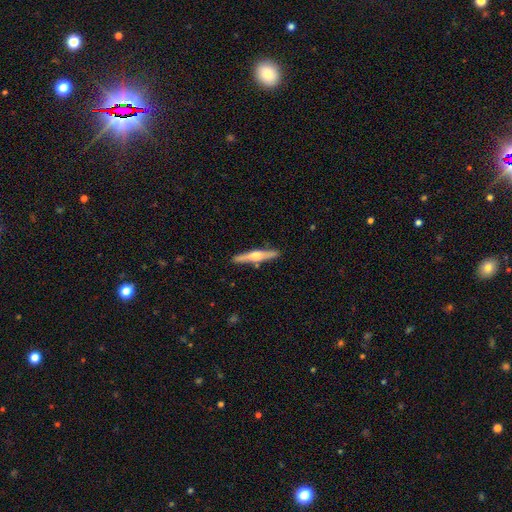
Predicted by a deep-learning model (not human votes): Morphology: type=featured or disk (61%); edge-on=yes (96%); edge-on bulge=rounded (90%); merging=none (88%).